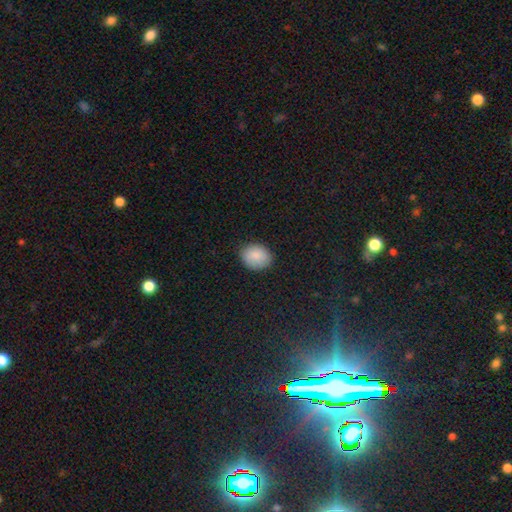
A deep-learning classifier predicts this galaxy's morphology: Smooth or featured?
  - smooth: 87% *
  - star or artifact: 8%
  - featured or disk: 5%
How rounded?
  - round: 57% *
  - in between: 42%
  - cigar-shaped: 1%
Merging?
  - none: 86% *
  - minor disturbance: 11%
  - major disturbance: 2%
  - merger: 1%